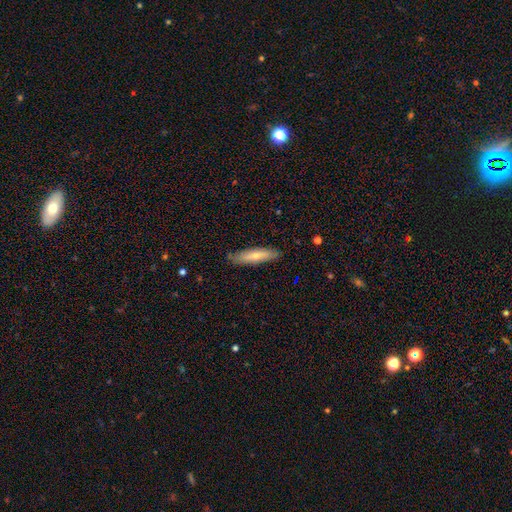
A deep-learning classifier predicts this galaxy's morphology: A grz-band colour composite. It shows a smooth galaxy with no disk features (63%) that is cigar-shaped (81%). Merging: none (84%).